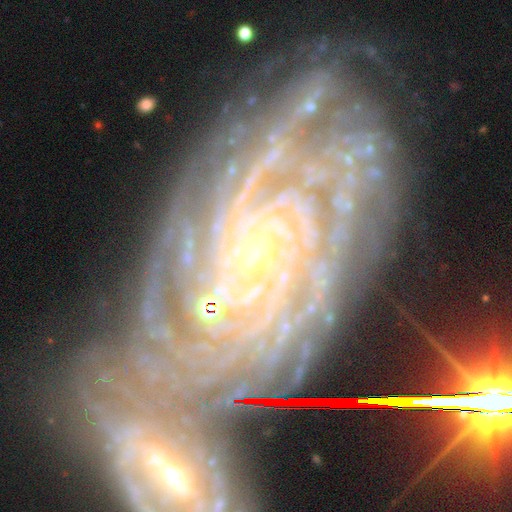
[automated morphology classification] Q: Smooth or featured?
A: featured or disk (88%); runner-up: star or artifact (7%)
Q: Edge-on disk?
A: no (96%); runner-up: yes (4%)
Q: Bar?
A: no (55%); runner-up: weak (27%)
Q: Spiral arms?
A: yes (98%); runner-up: no (2%)
Q: Spiral winding?
A: tight (81%); runner-up: medium (16%)
Q: Spiral arm count?
A: more than 4 (28%); runner-up: can't tell (23%)
Q: Bulge size?
A: small (72%); runner-up: moderate (23%)
Q: Merging?
A: none (48%); runner-up: merger (26%)